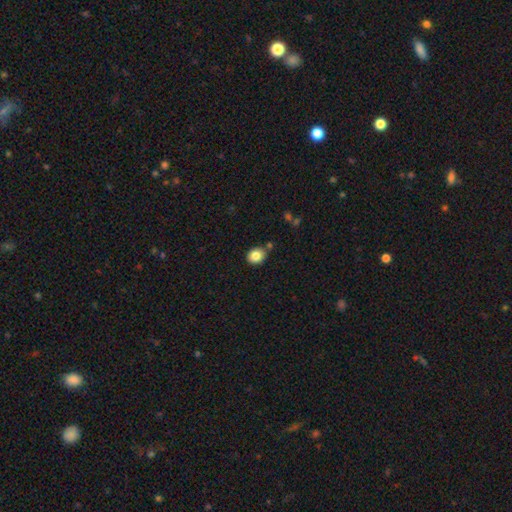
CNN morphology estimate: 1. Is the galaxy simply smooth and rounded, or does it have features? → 84% smooth, 9% star or artifact, 7% featured or disk.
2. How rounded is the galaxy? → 62% round, 37% in between, 1% cigar-shaped.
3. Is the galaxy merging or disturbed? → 78% none, 12% minor disturbance, 7% merger, 3% major disturbance.